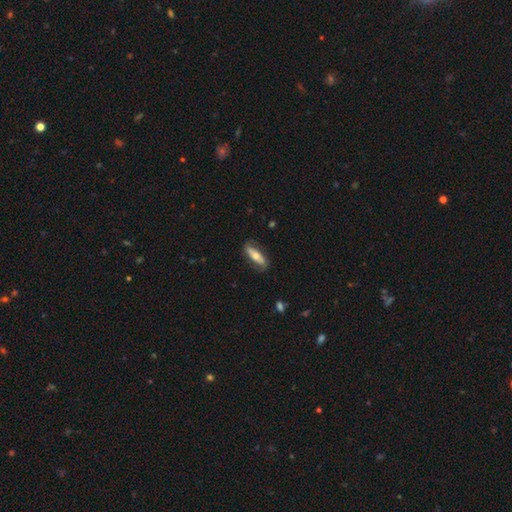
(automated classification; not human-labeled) This appears to be a featured or disk galaxy (55%). Merging: none (76%).